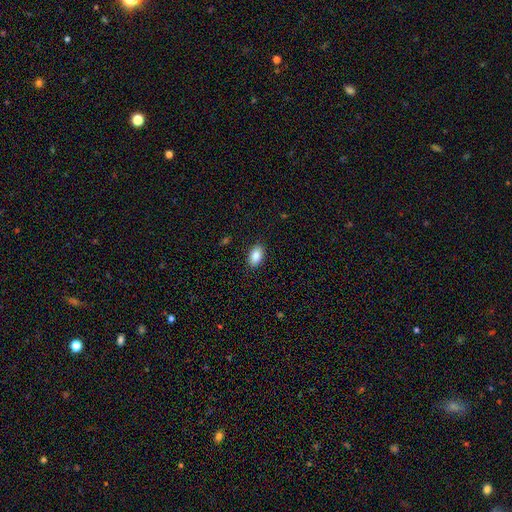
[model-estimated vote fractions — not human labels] Overall: smooth (88%). How rounded: in between (92%). Merging: none (88%).